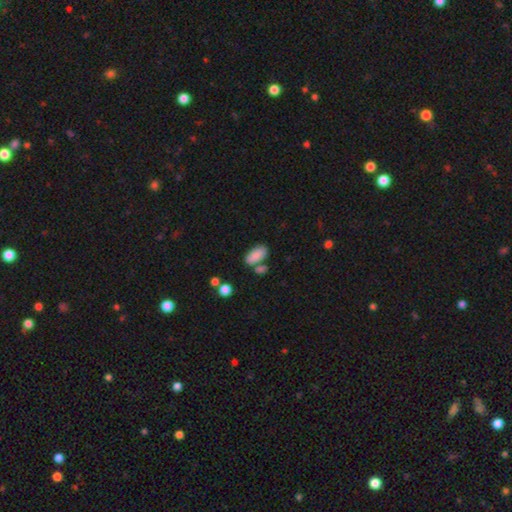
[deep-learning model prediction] Morphology: type=smooth (87%); roundness=in between (92%); merging=none (63%).